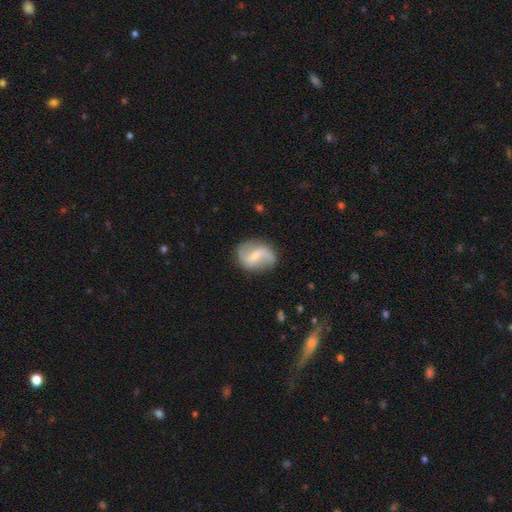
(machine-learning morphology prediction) Smooth or featured? Predicted: featured or disk (p=0.73). Edge-on disk? Predicted: no (p=0.98). Bar? Predicted: weak (p=0.50). Spiral arms? Predicted: yes (p=0.92). Spiral winding? Predicted: loose (p=0.63). Spiral arm count? Predicted: 2 (p=0.89). Bulge size? Predicted: small (p=0.48). Merging? Predicted: none (p=0.75).